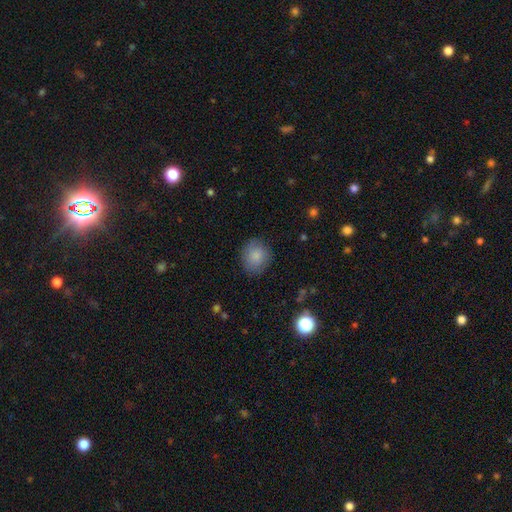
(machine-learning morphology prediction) smooth_or_featured: smooth (p=0.84) [alt: featured or disk p=0.08]
how_rounded: round (p=0.78) [alt: in between p=0.22]
merging: none (p=0.81) [alt: minor disturbance p=0.14]